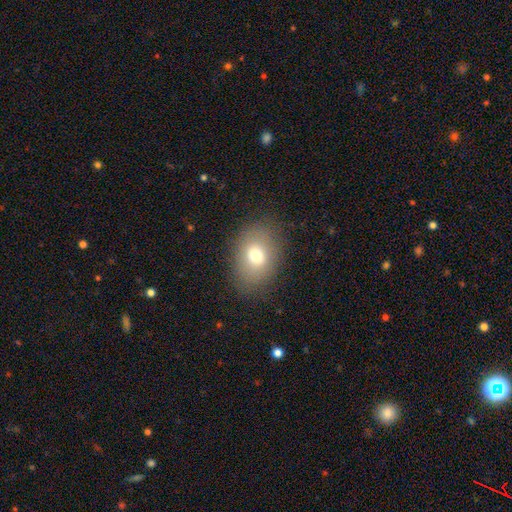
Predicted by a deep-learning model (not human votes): Q: Smooth or featured?
A: smooth (74%); runner-up: featured or disk (15%)
Q: How rounded?
A: in between (73%); runner-up: round (26%)
Q: Merging?
A: none (83%); runner-up: minor disturbance (12%)